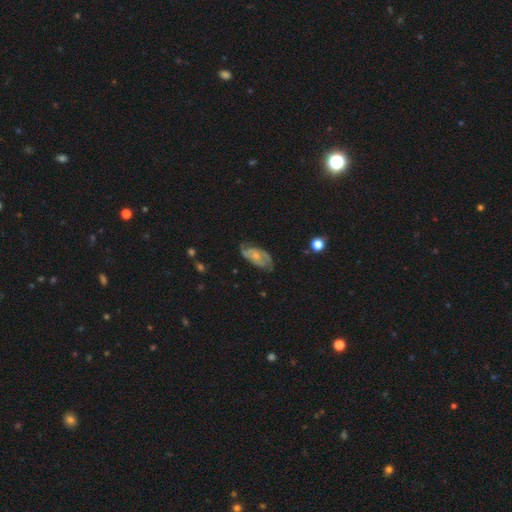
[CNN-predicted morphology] This appears to be a featured or disk galaxy (72%) with no bar (62%), 2 (70%) medium (46%) spiral arms (88%) and a small central bulge (54%). Merging: none (65%).